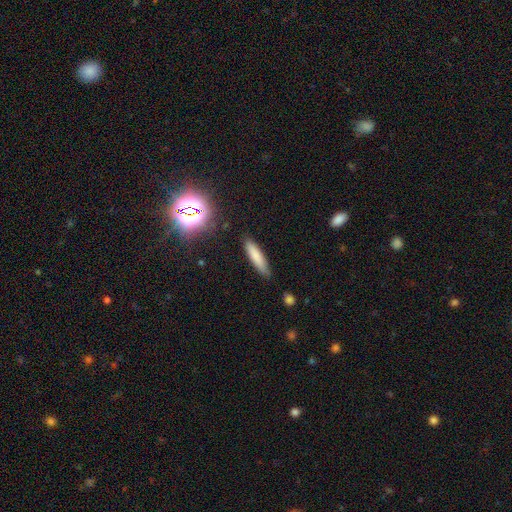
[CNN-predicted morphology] Overall: smooth (77%). How rounded: cigar-shaped (77%). Merging: none (84%).